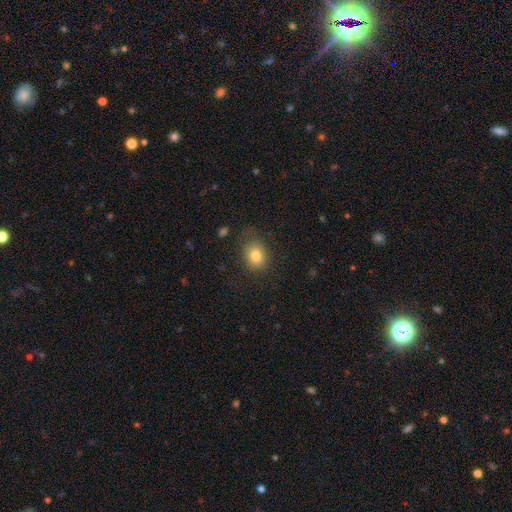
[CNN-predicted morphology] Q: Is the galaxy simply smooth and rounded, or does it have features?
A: smooth — 80%.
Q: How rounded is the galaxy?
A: in between — 51%.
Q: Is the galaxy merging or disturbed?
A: none — 73%.